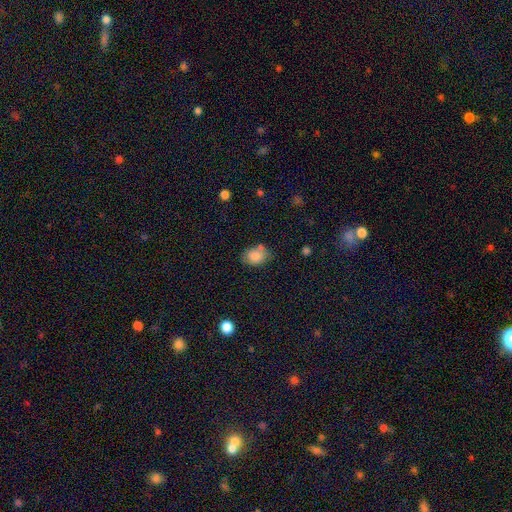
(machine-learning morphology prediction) This appears to be a smooth galaxy with no disk features (83%) that is in between round and cigar-shaped (70%). Merging: none (61%).